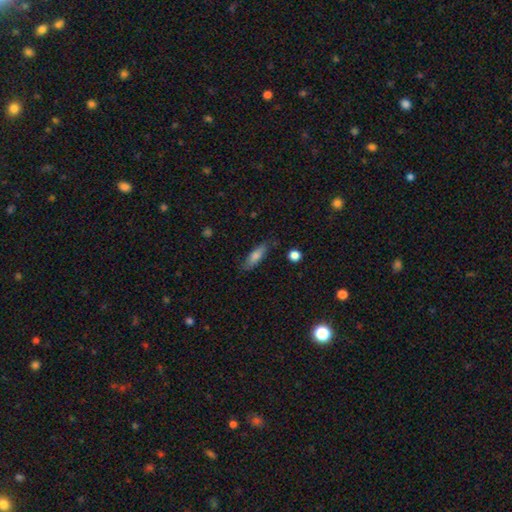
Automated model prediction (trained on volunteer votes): smooth-or-featured: smooth: 74% | featured or disk: 18% | star or artifact: 7%
  how-rounded: cigar-shaped: 54% | in between: 43% | round: 2%
  merging: none: 78% | minor disturbance: 17% | major disturbance: 4% | merger: 2%